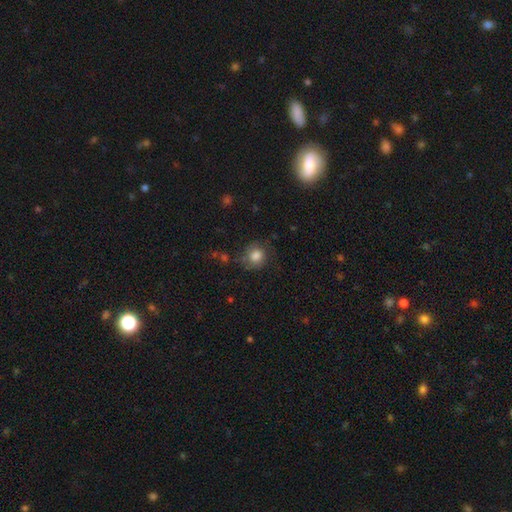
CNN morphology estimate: Smooth or featured?
  - smooth: 79% *
  - featured or disk: 12%
  - star or artifact: 9%
How rounded?
  - round: 82% *
  - in between: 17%
  - cigar-shaped: 1%
Merging?
  - none: 63% *
  - minor disturbance: 23%
  - major disturbance: 11%
  - merger: 3%